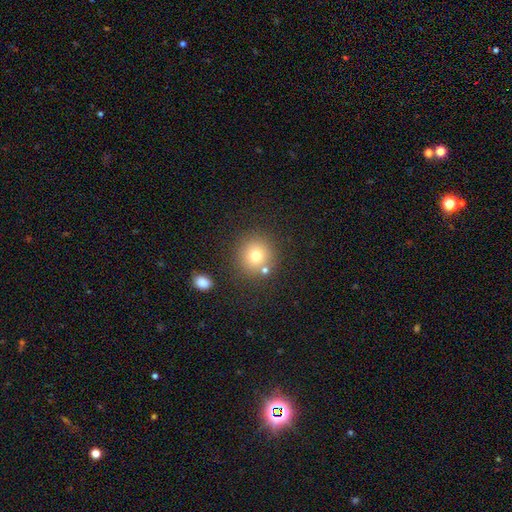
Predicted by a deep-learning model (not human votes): Smooth or featured: smooth — 75% (star or artifact — 14%)
How rounded: round — 92% (in between — 7%)
Merging: none — 79% (merger — 9%)